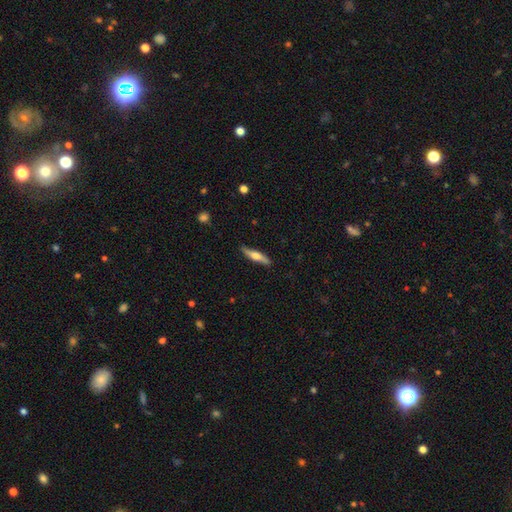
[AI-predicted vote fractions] smooth_or_featured: featured or disk (p=0.53) [alt: smooth p=0.42]
disk_edge_on: yes (p=0.93) [alt: no p=0.07]
merging: none (p=0.86) [alt: minor disturbance p=0.11]